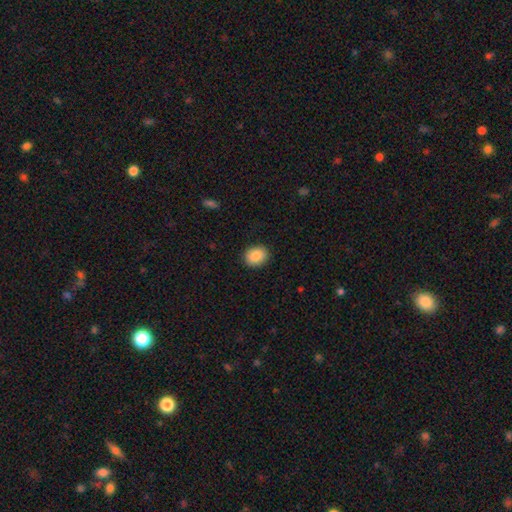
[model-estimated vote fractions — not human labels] Smooth or featured? smooth (88%)
How rounded? in between (50%, tied with round)
Merging? none (90%)